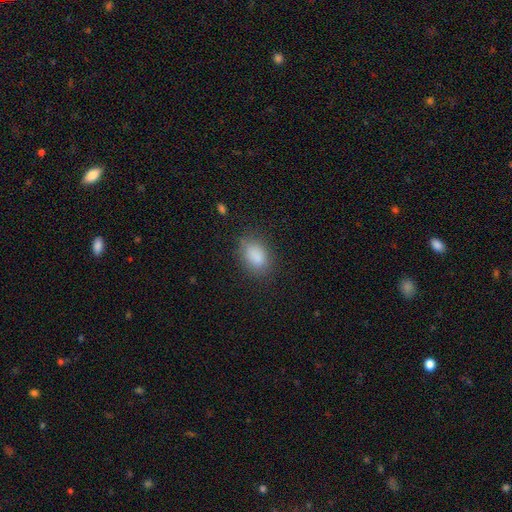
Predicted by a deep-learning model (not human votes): Smooth or featured? Predicted: smooth (p=0.86). How rounded? Predicted: in between (p=0.80). Merging? Predicted: none (p=0.76).